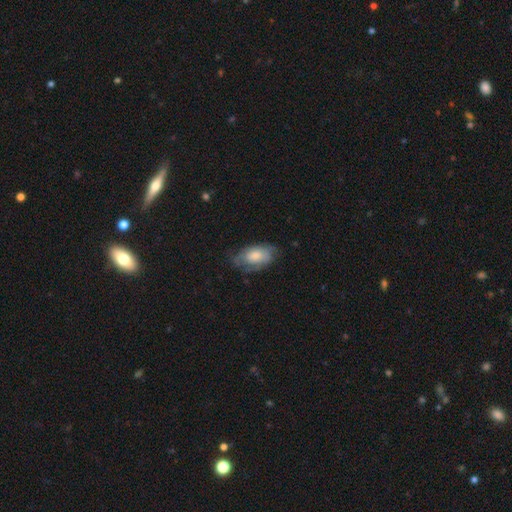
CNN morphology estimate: Overall: smooth (58%; featured or disk 35%). How rounded: in between (92%). Merging: none (57%; minor disturbance 30%).